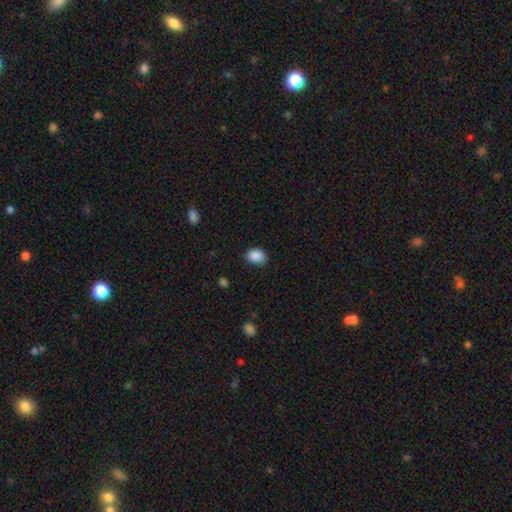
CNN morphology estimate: Smooth or featured? smooth (88%)
How rounded? in between (68%)
Merging? none (77%)